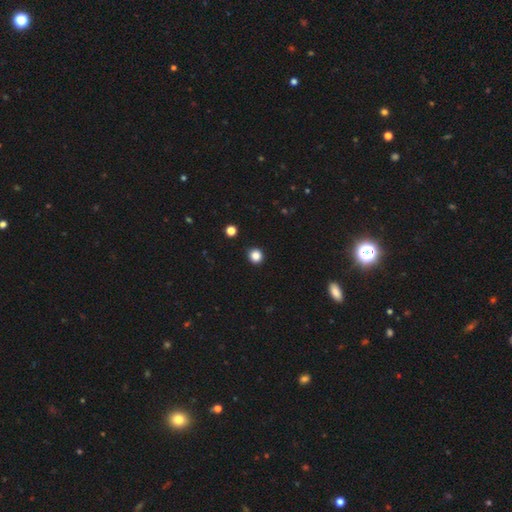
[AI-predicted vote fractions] smooth 85%, star or artifact 12%, featured or disk 3%. Down the decision tree: how rounded — round (93%); merging — none (93%).